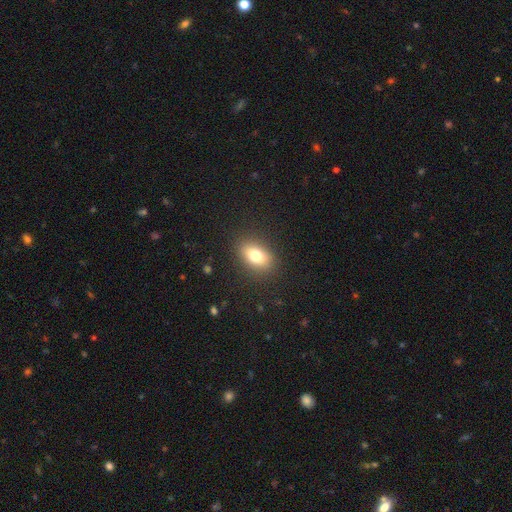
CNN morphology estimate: type=smooth (77%); roundness=in between (82%); merging=none (87%).